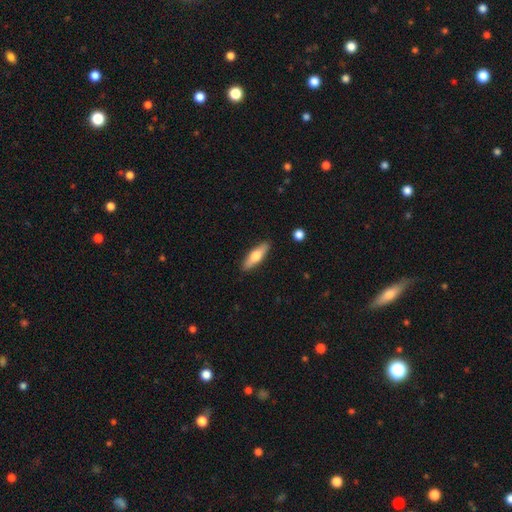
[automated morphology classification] Smooth or featured?
  - smooth: 57% *
  - featured or disk: 37%
  - star or artifact: 6%
How rounded?
  - cigar-shaped: 58% *
  - in between: 40%
  - round: 2%
Merging?
  - none: 89% *
  - minor disturbance: 8%
  - major disturbance: 2%
  - merger: 1%